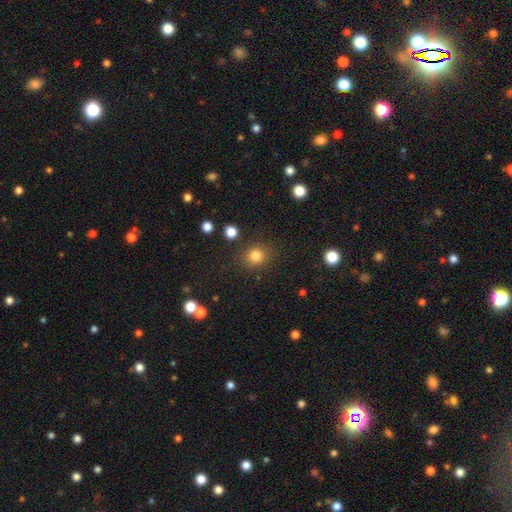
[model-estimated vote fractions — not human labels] Overall: smooth (82%). How rounded: round (82%). Merging: none (86%).